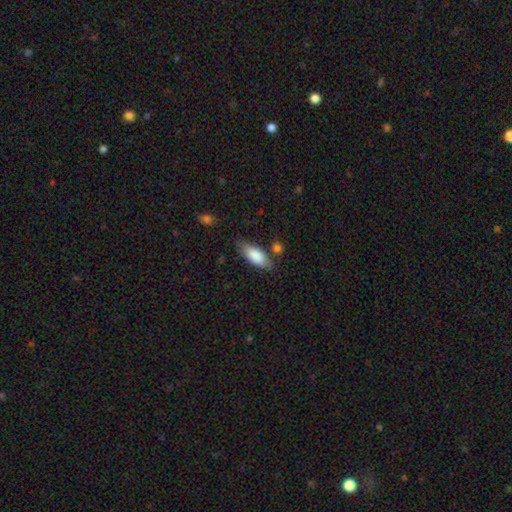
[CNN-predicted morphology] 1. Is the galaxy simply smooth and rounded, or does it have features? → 85% smooth, 9% featured or disk, 6% star or artifact.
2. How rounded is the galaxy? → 82% in between, 16% cigar-shaped, 2% round.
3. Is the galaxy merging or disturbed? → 72% none, 19% minor disturbance, 5% merger, 4% major disturbance.